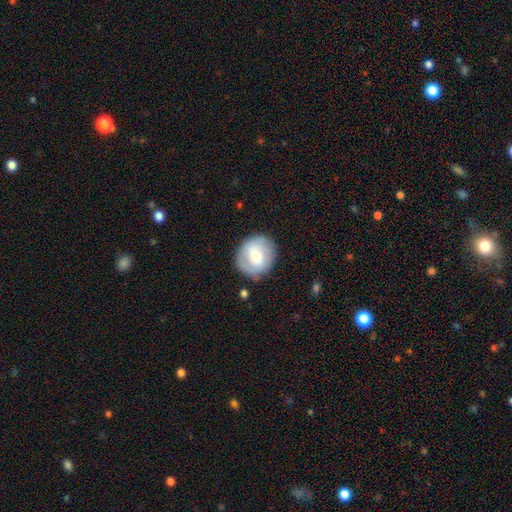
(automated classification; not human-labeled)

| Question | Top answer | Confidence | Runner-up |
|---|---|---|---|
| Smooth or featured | smooth | 61% | featured or disk (33%) |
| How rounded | round | 81% | in between (18%) |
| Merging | none | 79% | minor disturbance (14%) |